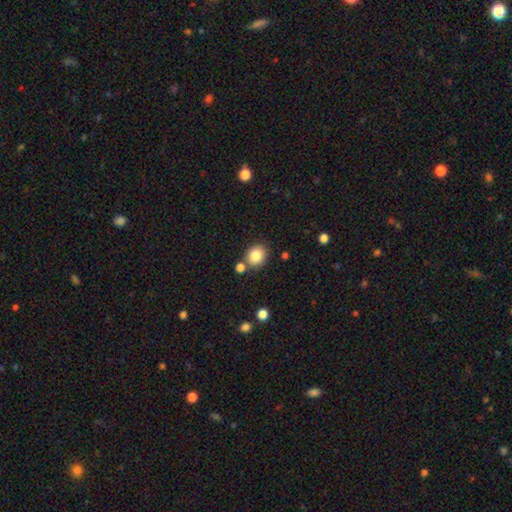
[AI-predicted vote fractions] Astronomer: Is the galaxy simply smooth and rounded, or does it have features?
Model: smooth — 83%.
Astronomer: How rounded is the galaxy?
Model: round — 65%.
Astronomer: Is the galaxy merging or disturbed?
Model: none — 75%.